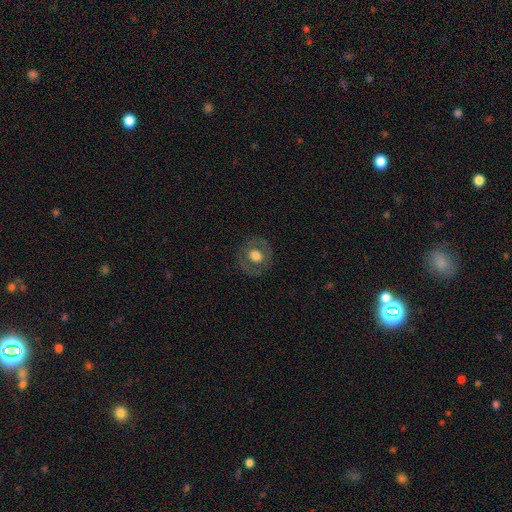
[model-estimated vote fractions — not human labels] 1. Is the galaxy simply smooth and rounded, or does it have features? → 53% smooth, 39% featured or disk, 8% star or artifact.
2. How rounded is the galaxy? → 79% round, 20% in between, 1% cigar-shaped.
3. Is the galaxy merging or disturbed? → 82% none, 11% minor disturbance, 5% major disturbance, 1% merger.